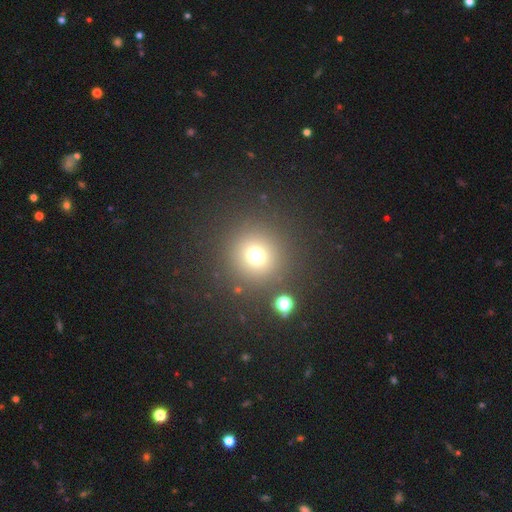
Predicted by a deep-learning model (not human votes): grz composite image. It shows a smooth galaxy with no disk features (69%) that is round (94%). Merging: none (85%).